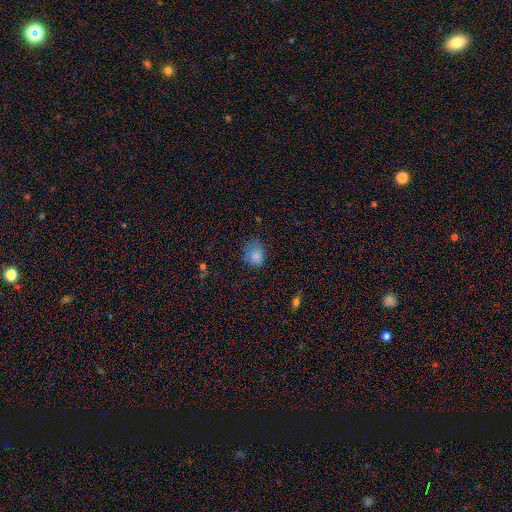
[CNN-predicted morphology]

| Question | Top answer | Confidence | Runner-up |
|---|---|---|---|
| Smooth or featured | smooth | 80% | star or artifact (12%) |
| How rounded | round | 54% | in between (45%) |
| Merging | none | 55% | minor disturbance (29%) |